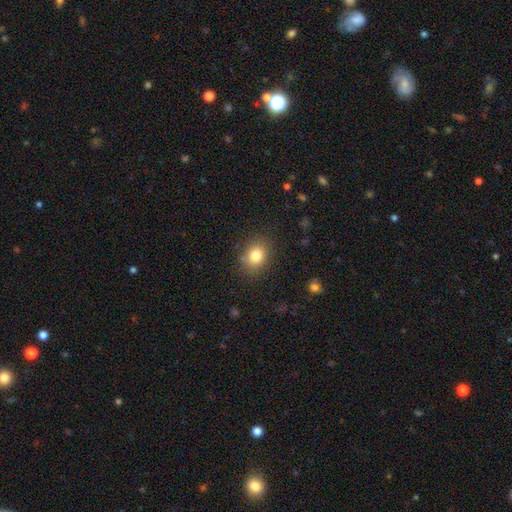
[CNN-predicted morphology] smooth-or-featured: smooth: 81% | star or artifact: 11% | featured or disk: 8%
  how-rounded: round: 53% | in between: 46% | cigar-shaped: 1%
  merging: none: 83% | minor disturbance: 12% | major disturbance: 4% | merger: 2%